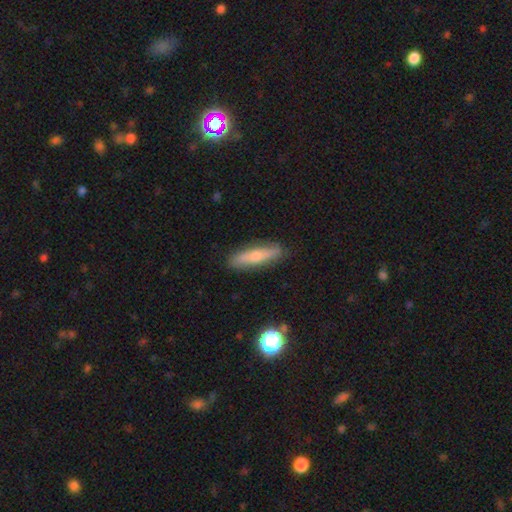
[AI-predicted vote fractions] Smooth or featured? Predicted: smooth (p=0.53). How rounded? Predicted: cigar-shaped (p=0.76). Merging? Predicted: none (p=0.85).